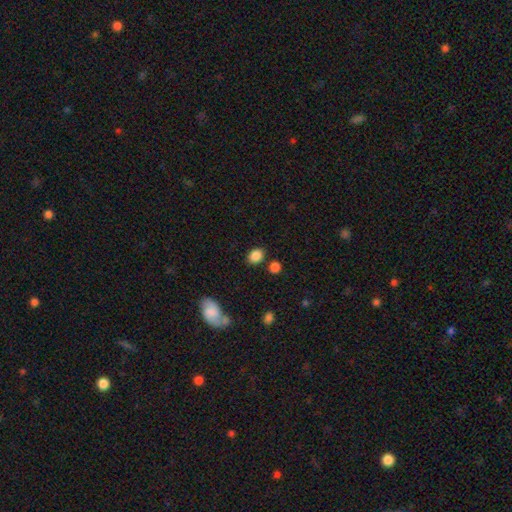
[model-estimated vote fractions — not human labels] Smooth or featured? Predicted: smooth (p=0.86). How rounded? Predicted: in between (p=0.57). Merging? Predicted: none (p=0.78).